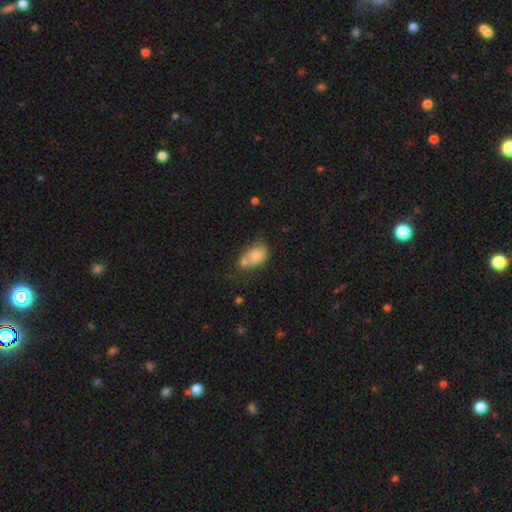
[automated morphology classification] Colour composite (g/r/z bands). It shows a smooth galaxy with no disk features (74%) that is in between round and cigar-shaped (79%). Merging: merger (44%).